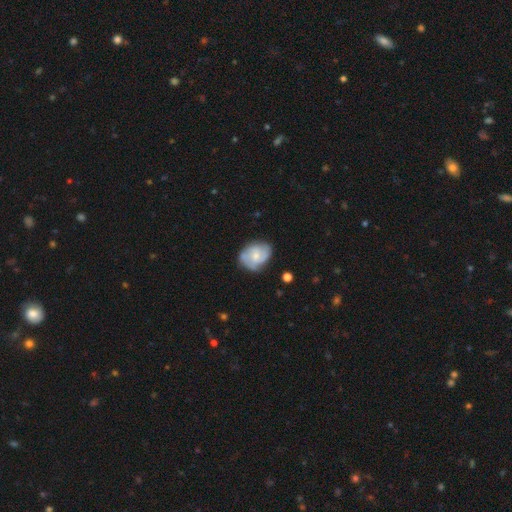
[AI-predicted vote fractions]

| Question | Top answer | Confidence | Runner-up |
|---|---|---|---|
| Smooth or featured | featured or disk | 56% | smooth (38%) |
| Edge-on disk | no | 97% | yes (3%) |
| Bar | no | 68% | weak (28%) |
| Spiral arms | yes | 79% | no (21%) |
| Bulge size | small | 54% | moderate (38%) |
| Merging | none | 63% | minor disturbance (26%) |